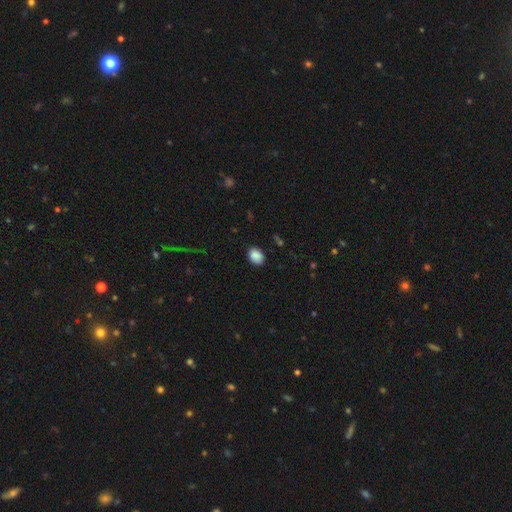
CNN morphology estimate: A smooth galaxy with no disk features (88%) that is in between round and cigar-shaped (68%).

Vote fractions:
- Smooth or featured? smooth: 88% / star or artifact: 8% / featured or disk: 3%
- How rounded? in between: 68% / round: 31% / cigar-shaped: 1%
- Merging? none: 86% / minor disturbance: 10% / major disturbance: 2% / merger: 1%